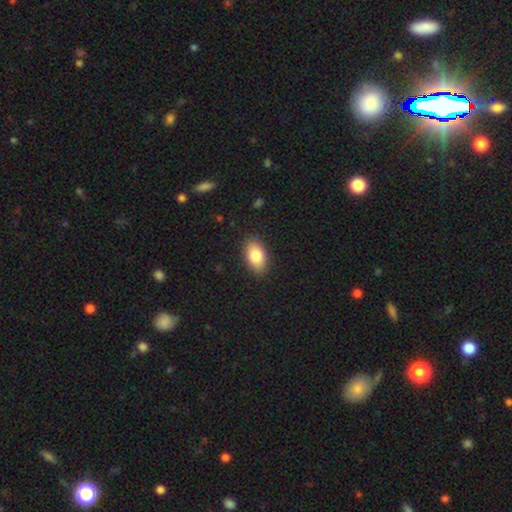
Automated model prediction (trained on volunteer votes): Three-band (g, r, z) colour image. It shows a smooth galaxy with no disk features (82%) that is in between round and cigar-shaped (92%). Merging: none (87%).